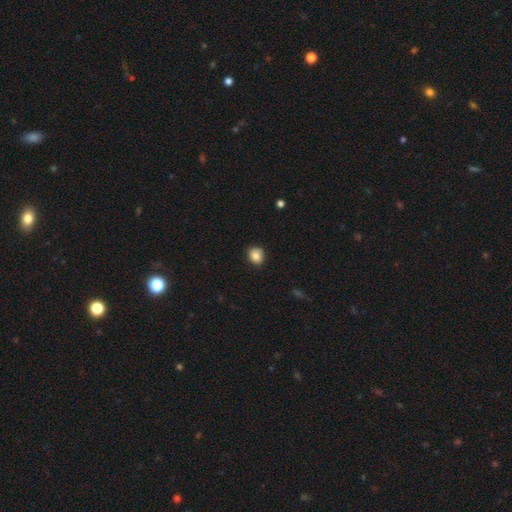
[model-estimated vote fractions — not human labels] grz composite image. It shows a smooth galaxy with no disk features (85%) that is round (68%). Merging: none (87%).